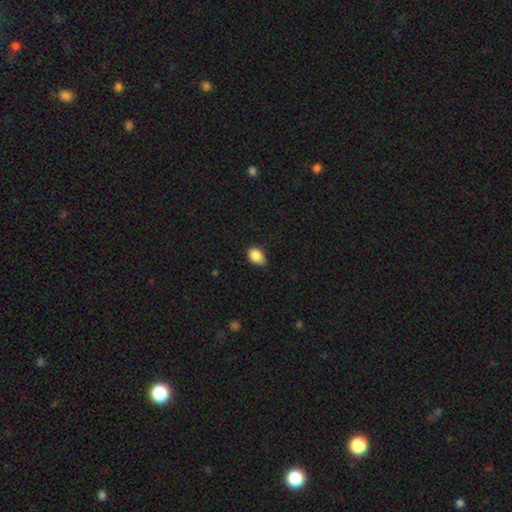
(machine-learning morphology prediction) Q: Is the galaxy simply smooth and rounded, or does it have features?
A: smooth — 88%.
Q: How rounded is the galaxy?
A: in between — 78%.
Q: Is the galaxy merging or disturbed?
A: none — 68%.